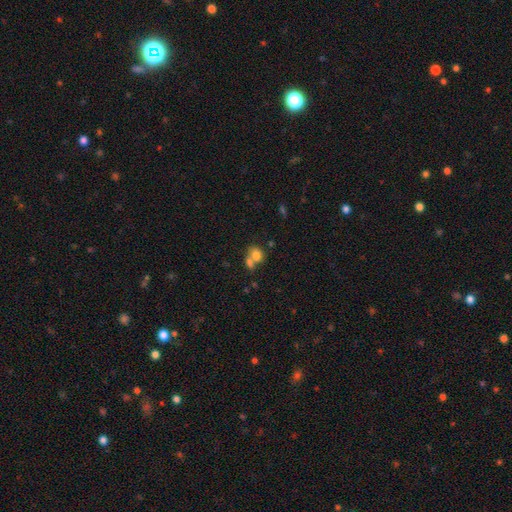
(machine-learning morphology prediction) Overall: smooth (77%). How rounded: round (52%; in between 47%). Merging: merger (52%; none 34%).